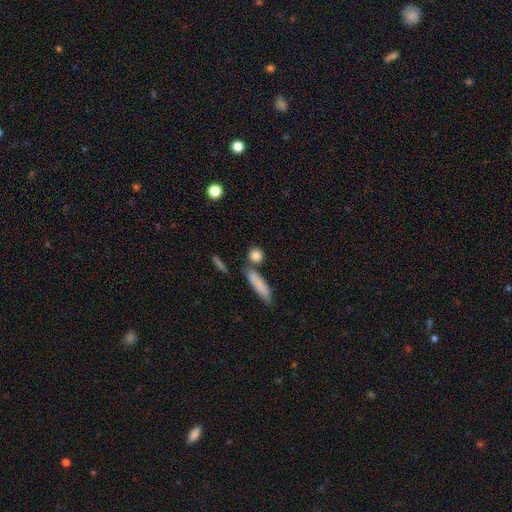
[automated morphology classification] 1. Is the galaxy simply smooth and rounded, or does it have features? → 84% smooth, 8% star or artifact, 7% featured or disk.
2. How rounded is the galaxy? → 67% round, 19% in between, 13% cigar-shaped.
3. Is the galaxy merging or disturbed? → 70% none, 16% merger, 10% minor disturbance, 4% major disturbance.